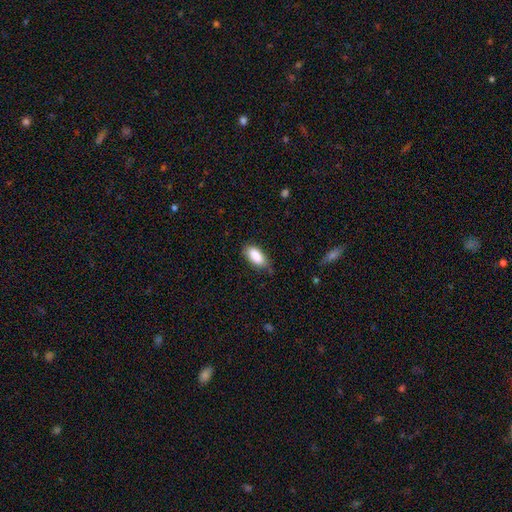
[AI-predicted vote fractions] Morphology: type=smooth (87%); roundness=in between (90%); merging=none (66%).